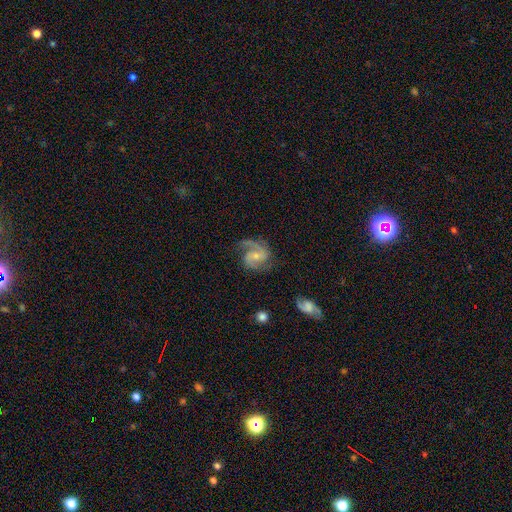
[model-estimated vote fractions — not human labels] Q: Smooth or featured?
A: featured or disk (86%); runner-up: smooth (9%)
Q: Edge-on disk?
A: no (98%); runner-up: yes (2%)
Q: Bar?
A: no (47%); runner-up: weak (42%)
Q: Spiral arms?
A: yes (97%); runner-up: no (3%)
Q: Spiral winding?
A: medium (53%); runner-up: loose (28%)
Q: Spiral arm count?
A: 2 (77%); runner-up: 1 (12%)
Q: Bulge size?
A: small (60%); runner-up: moderate (33%)
Q: Merging?
A: none (64%); runner-up: minor disturbance (20%)